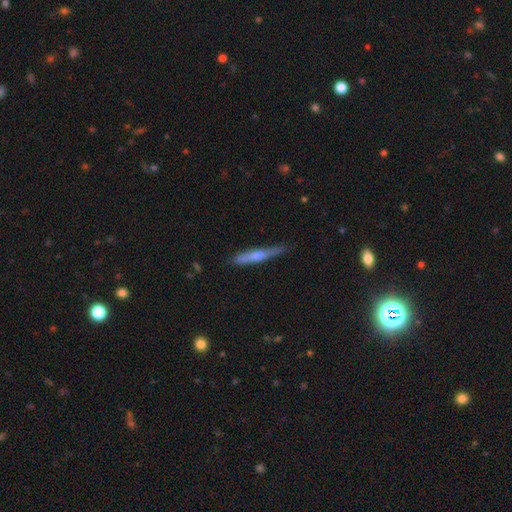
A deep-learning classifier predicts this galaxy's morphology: Smooth or featured? Predicted: smooth (p=0.56). How rounded? Predicted: cigar-shaped (p=0.94). Merging? Predicted: none (p=0.74).